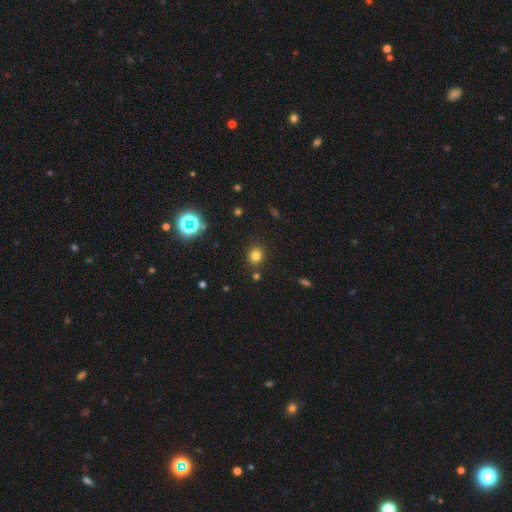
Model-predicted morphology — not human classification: This is likely a smooth galaxy (77%). How rounded: likely round (77%). Merging: clearly none (86%).